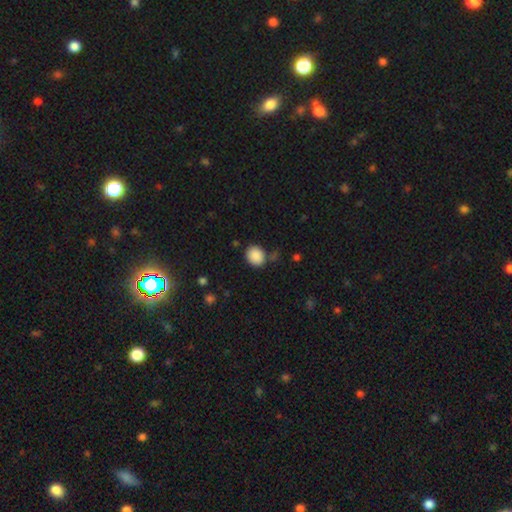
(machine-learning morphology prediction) smooth_or_featured: smooth (p=0.88) [alt: star or artifact p=0.08]
how_rounded: round (p=0.61) [alt: in between p=0.38]
merging: none (p=0.76) [alt: minor disturbance p=0.14]